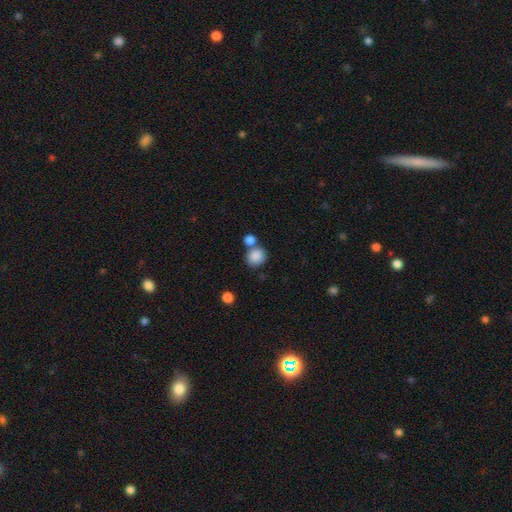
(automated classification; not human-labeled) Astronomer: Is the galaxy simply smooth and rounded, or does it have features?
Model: smooth — 86%.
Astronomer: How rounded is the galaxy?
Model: round — 77%.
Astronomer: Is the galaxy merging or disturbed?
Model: none — 57%.